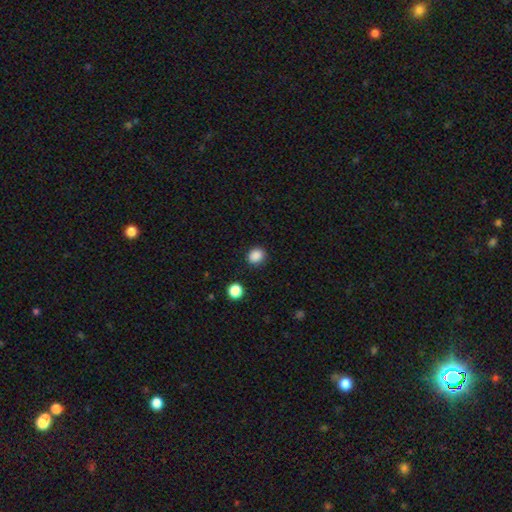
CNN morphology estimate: smooth 87%, star or artifact 11%, featured or disk 3%. Down the decision tree: how rounded — round (70%); merging — none (88%).